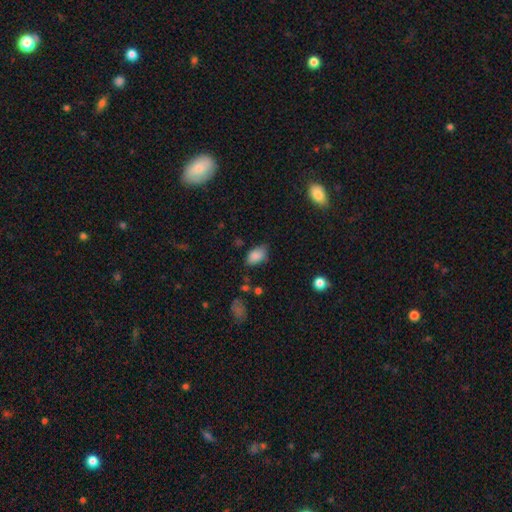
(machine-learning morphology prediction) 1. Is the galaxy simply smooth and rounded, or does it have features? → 86% smooth, 9% star or artifact, 6% featured or disk.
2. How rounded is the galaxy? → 90% in between, 8% round, 2% cigar-shaped.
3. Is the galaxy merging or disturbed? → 65% none, 26% minor disturbance, 6% major disturbance, 3% merger.